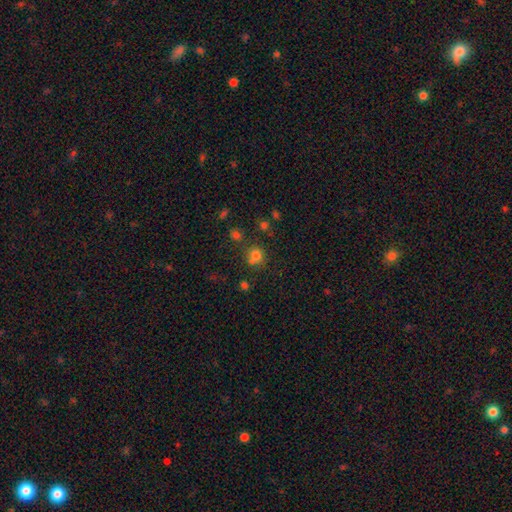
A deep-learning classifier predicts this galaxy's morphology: type=smooth (76%); roundness=round (88%); merging=none (67%).